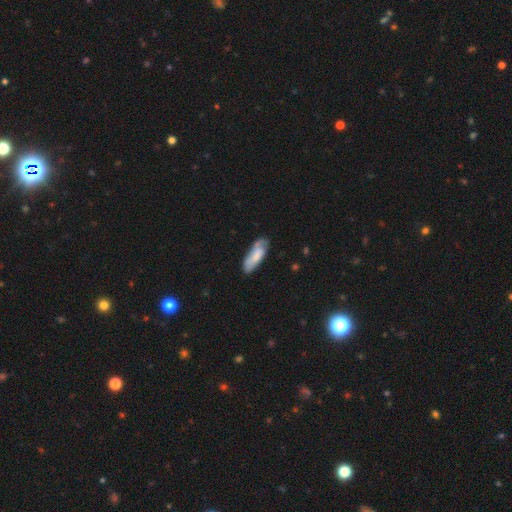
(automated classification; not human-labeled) smooth_or_featured: smooth (p=0.65) [alt: featured or disk p=0.28]
how_rounded: in between (p=0.62) [alt: cigar-shaped p=0.37]
merging: none (p=0.61) [alt: minor disturbance p=0.27]